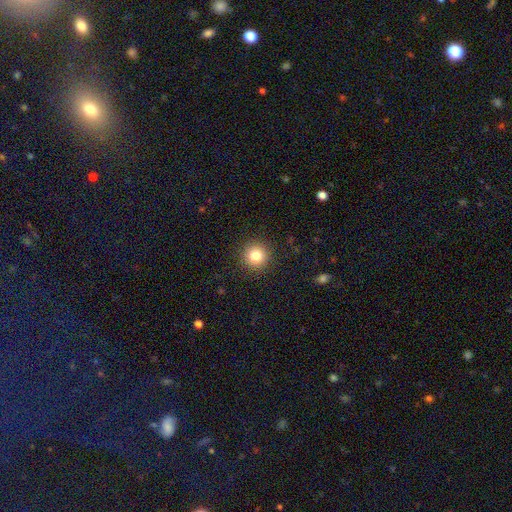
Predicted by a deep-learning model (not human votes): smooth-or-featured: smooth: 82% | star or artifact: 11% | featured or disk: 6%
  how-rounded: round: 95% | in between: 4% | cigar-shaped: 1%
  merging: none: 92% | minor disturbance: 5% | major disturbance: 2% | merger: 1%